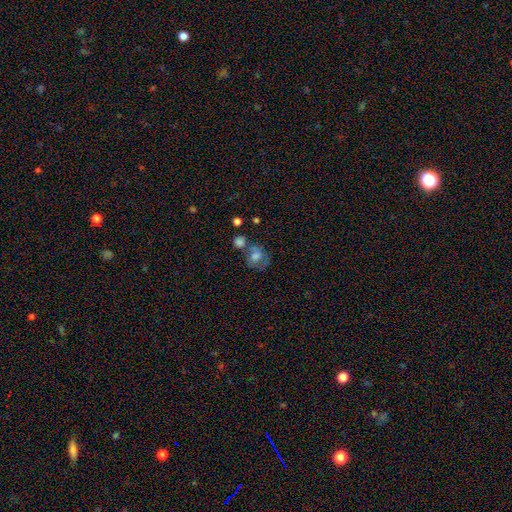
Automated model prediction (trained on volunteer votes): Smooth or featured?
  - smooth: 53% *
  - featured or disk: 33%
  - star or artifact: 15%
How rounded?
  - round: 69% *
  - in between: 30%
  - cigar-shaped: 1%
Merging?
  - none: 46% *
  - merger: 27%
  - minor disturbance: 17%
  - major disturbance: 10%